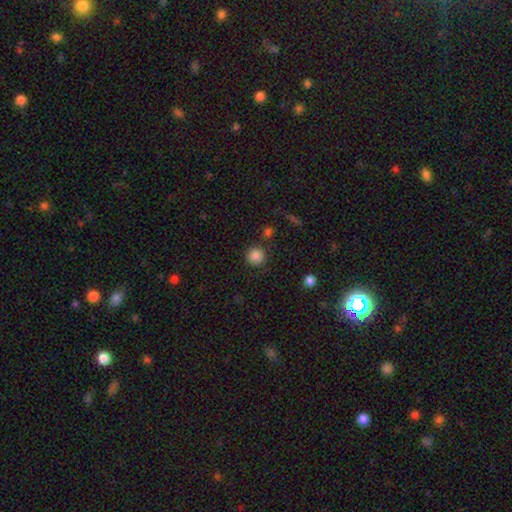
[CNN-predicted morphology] Overall: smooth (86%). How rounded: round (94%). Merging: none (86%).